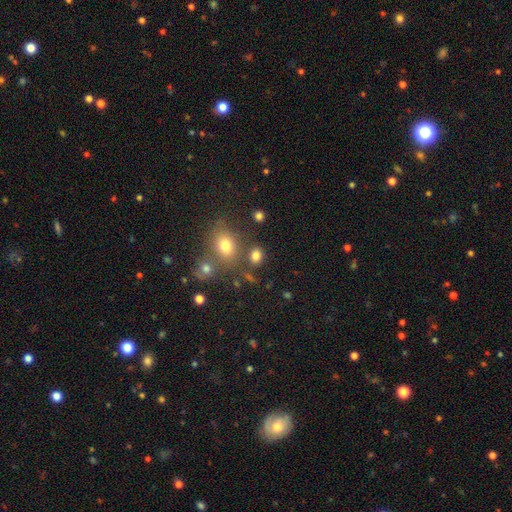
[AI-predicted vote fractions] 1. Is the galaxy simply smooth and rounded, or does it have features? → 79% smooth, 14% star or artifact, 7% featured or disk.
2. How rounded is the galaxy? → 56% in between, 43% round, 1% cigar-shaped.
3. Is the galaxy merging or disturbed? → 70% none, 14% merger, 11% minor disturbance, 5% major disturbance.